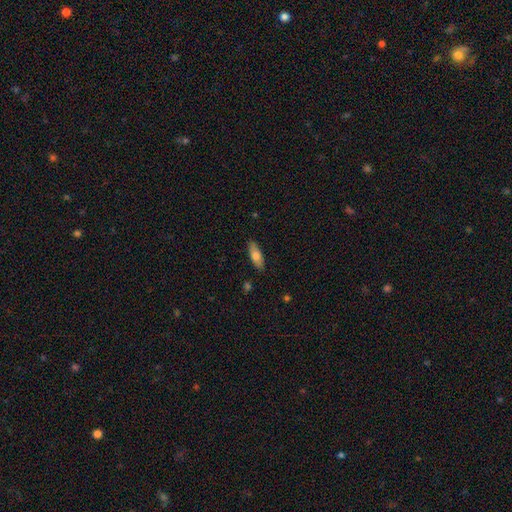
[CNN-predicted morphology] Smooth or featured?
  - smooth: 72% *
  - featured or disk: 21%
  - star or artifact: 6%
How rounded?
  - in between: 64% *
  - cigar-shaped: 34%
  - round: 2%
Merging?
  - none: 87% *
  - minor disturbance: 10%
  - major disturbance: 2%
  - merger: 1%